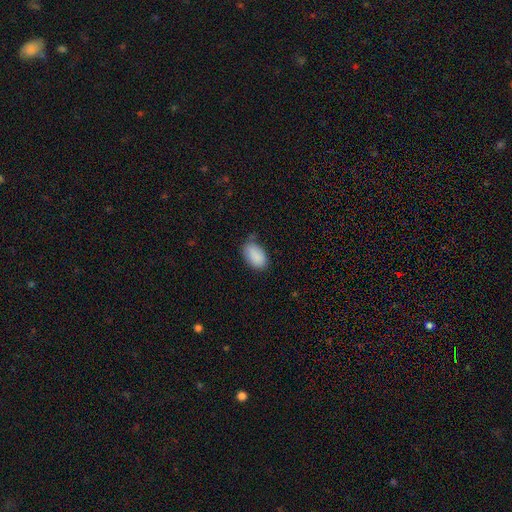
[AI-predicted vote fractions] Smooth or featured?
  - smooth: 89% *
  - star or artifact: 7%
  - featured or disk: 4%
How rounded?
  - in between: 93% *
  - round: 6%
  - cigar-shaped: 1%
Merging?
  - none: 66% *
  - minor disturbance: 26%
  - major disturbance: 5%
  - merger: 2%